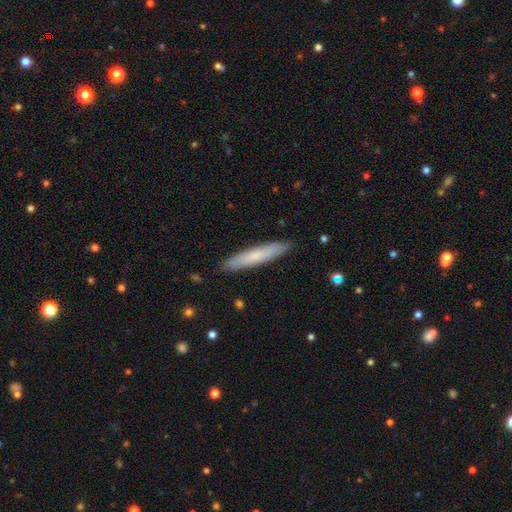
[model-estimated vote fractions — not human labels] smooth_or_featured: smooth (p=0.70) [alt: featured or disk p=0.24]
how_rounded: cigar-shaped (p=0.92) [alt: in between p=0.07]
merging: none (p=0.90) [alt: minor disturbance p=0.08]